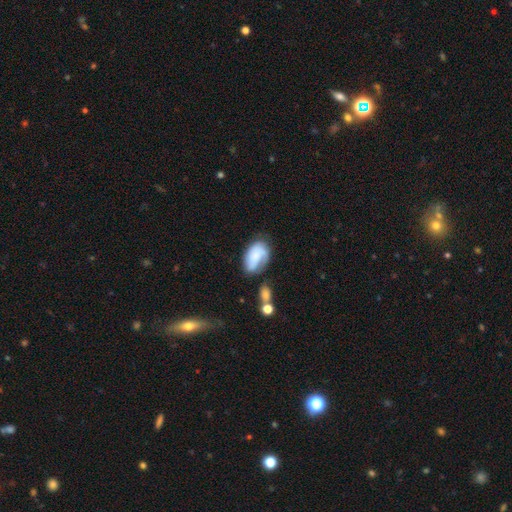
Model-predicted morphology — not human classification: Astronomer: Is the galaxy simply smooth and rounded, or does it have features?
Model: smooth — 63%.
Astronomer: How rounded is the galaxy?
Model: in between — 91%.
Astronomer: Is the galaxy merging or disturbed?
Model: none — 44% (runner-up: minor disturbance, 31%).